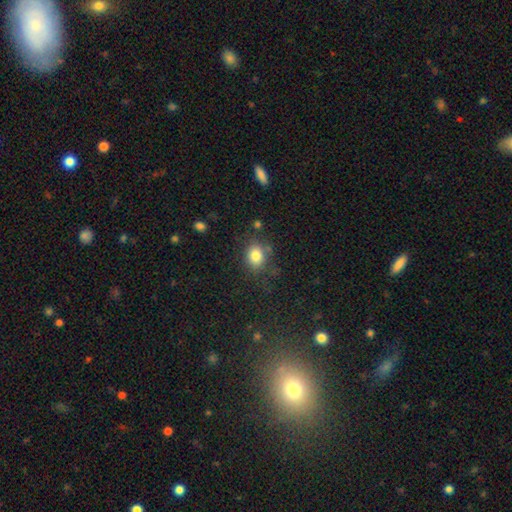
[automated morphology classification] Q: Smooth or featured?
A: smooth (81%); runner-up: star or artifact (11%)
Q: How rounded?
A: in between (51%); runner-up: round (48%)
Q: Merging?
A: none (73%); runner-up: minor disturbance (16%)